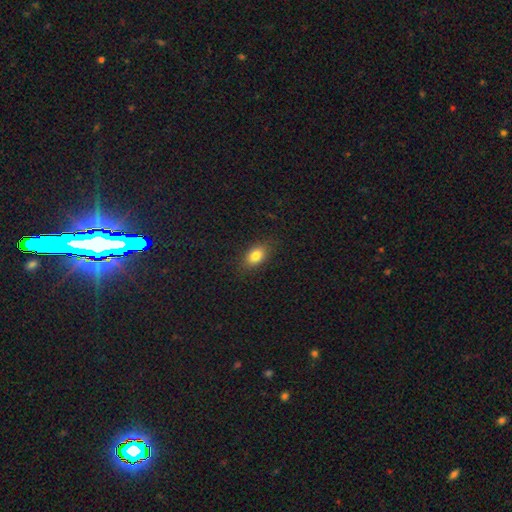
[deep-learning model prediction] Q: Smooth or featured?
A: smooth (81%); runner-up: star or artifact (10%)
Q: How rounded?
A: in between (82%); runner-up: round (14%)
Q: Merging?
A: none (84%); runner-up: minor disturbance (12%)